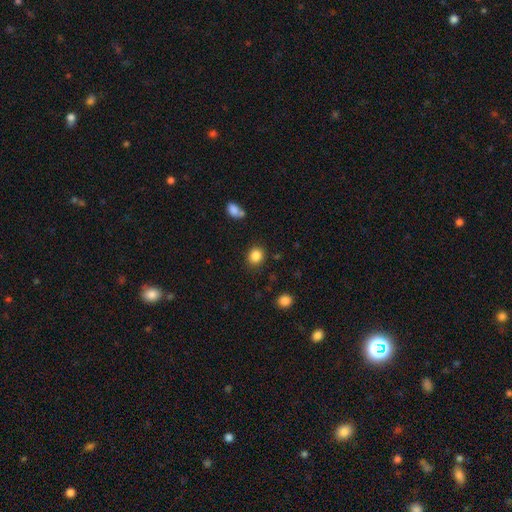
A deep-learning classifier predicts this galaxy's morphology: Smooth or featured?
  - smooth: 85% *
  - star or artifact: 10%
  - featured or disk: 5%
How rounded?
  - round: 72% *
  - in between: 27%
  - cigar-shaped: 1%
Merging?
  - none: 85% *
  - minor disturbance: 10%
  - major disturbance: 3%
  - merger: 2%